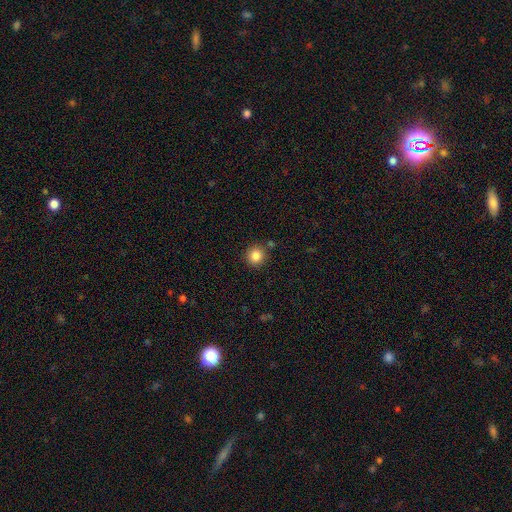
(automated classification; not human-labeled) smooth-or-featured: smooth: 85% | star or artifact: 10% | featured or disk: 5%
  how-rounded: round: 91% | in between: 8% | cigar-shaped: 1%
  merging: none: 86% | minor disturbance: 8% | merger: 4% | major disturbance: 2%